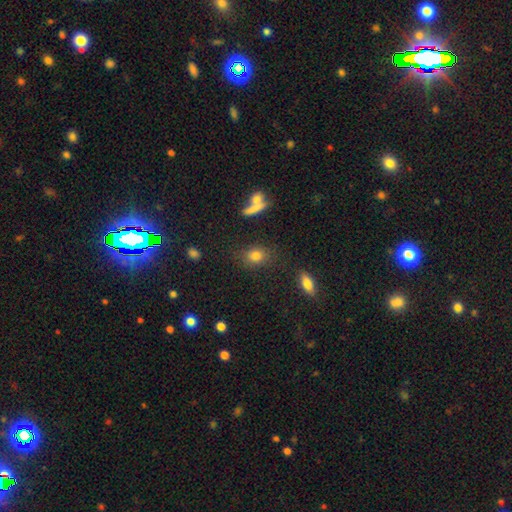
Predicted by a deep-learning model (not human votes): Smooth or featured: smooth — 79% (star or artifact — 11%)
How rounded: in between — 49% (round — 48%)
Merging: none — 80% (minor disturbance — 11%)